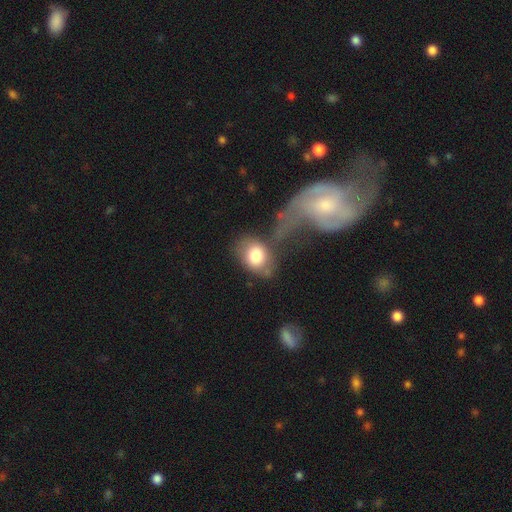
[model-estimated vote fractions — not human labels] A smooth galaxy with no disk features (77%) that is in between round and cigar-shaped (63%).

Vote fractions:
- Smooth or featured? smooth: 77% / featured or disk: 16% / star or artifact: 7%
- How rounded? in between: 63% / round: 35% / cigar-shaped: 1%
- Merging? none: 40% / merger: 23% / minor disturbance: 20% / major disturbance: 17%